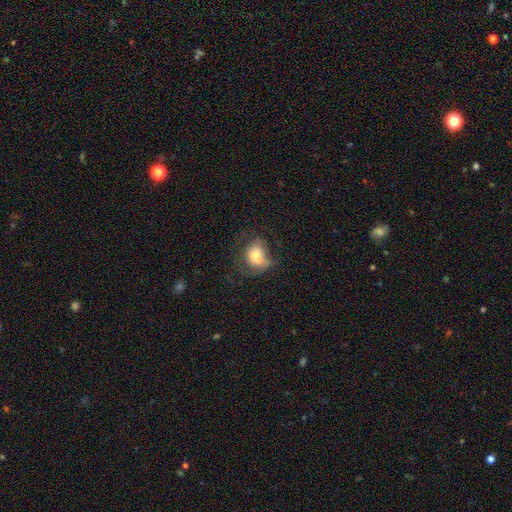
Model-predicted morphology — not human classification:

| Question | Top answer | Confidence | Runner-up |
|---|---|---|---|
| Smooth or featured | smooth | 66% | featured or disk (25%) |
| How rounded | round | 51% | in between (48%) |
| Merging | none | 42% | minor disturbance (27%) |